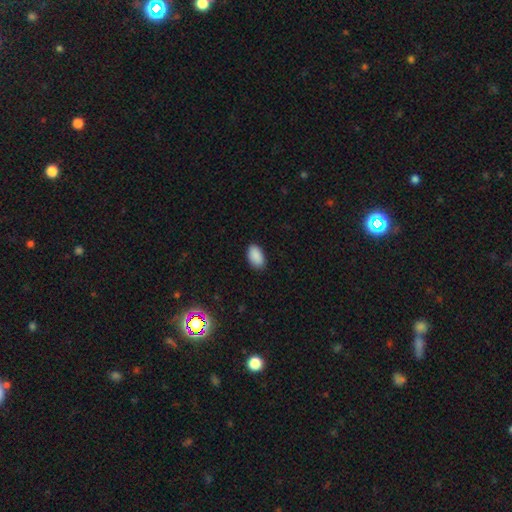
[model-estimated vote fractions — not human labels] A smooth galaxy with no disk features (89%) that is in between round and cigar-shaped (94%). Merging: none (87%).